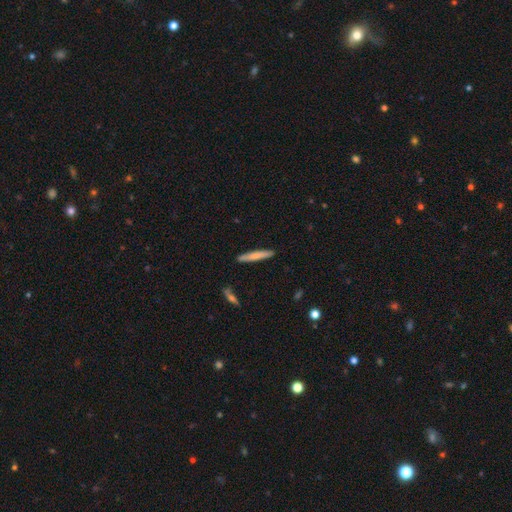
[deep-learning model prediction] This appears to be a smooth galaxy with no disk features (72%) that is cigar-shaped (95%). Merging: none (89%).